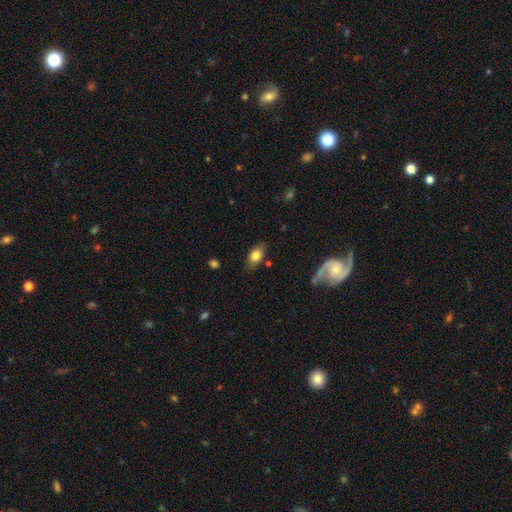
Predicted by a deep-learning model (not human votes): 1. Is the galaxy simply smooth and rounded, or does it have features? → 79% smooth, 13% featured or disk, 8% star or artifact.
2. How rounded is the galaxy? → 86% in between, 10% round, 4% cigar-shaped.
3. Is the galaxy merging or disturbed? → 76% none, 17% minor disturbance, 4% major disturbance, 3% merger.